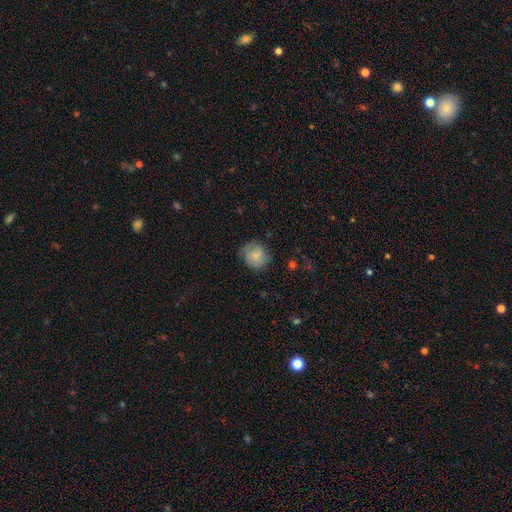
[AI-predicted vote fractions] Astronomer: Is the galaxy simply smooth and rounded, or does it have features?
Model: smooth — 74%.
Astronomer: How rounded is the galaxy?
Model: round — 85%.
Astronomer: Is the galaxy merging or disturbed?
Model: none — 73%.